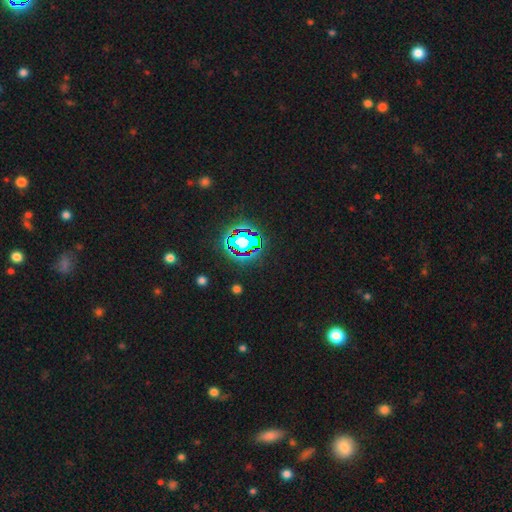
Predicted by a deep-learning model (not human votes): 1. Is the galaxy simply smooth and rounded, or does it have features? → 77% star or artifact, 14% smooth, 8% featured or disk.